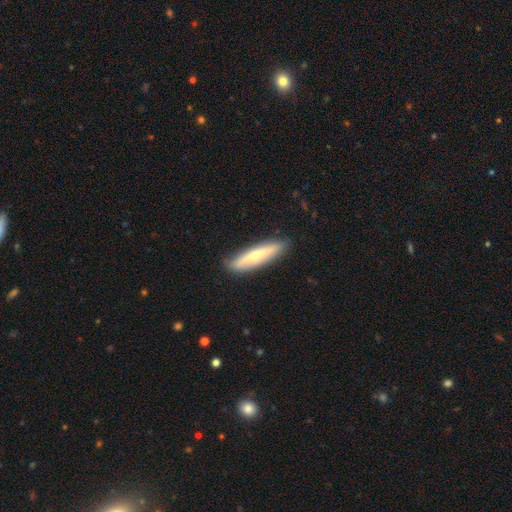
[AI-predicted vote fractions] Smooth or featured? smooth (57%)
How rounded? cigar-shaped (83%)
Merging? none (85%)